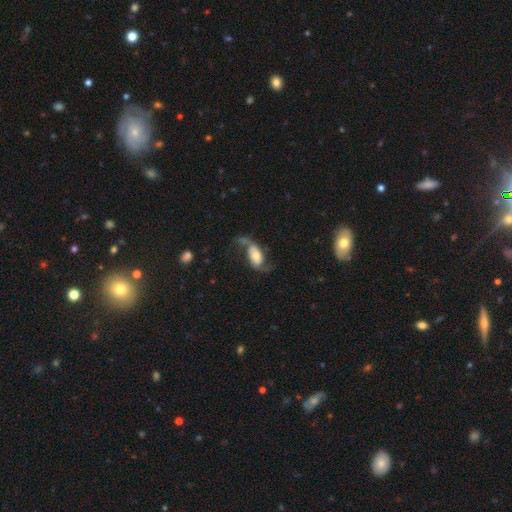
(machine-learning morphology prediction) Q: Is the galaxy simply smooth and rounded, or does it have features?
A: featured or disk — 61%.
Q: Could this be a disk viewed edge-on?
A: no — 92%.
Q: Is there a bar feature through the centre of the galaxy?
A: no — 52%.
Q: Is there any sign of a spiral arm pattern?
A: yes — 82%.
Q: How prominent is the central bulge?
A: moderate — 57%.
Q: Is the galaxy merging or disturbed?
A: none — 42%.